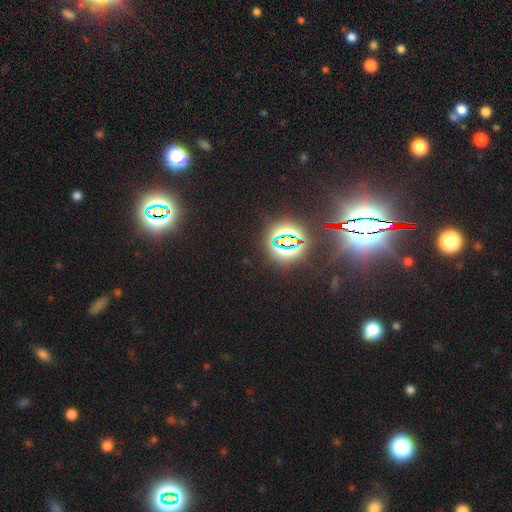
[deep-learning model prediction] Overall: star or artifact (83%).